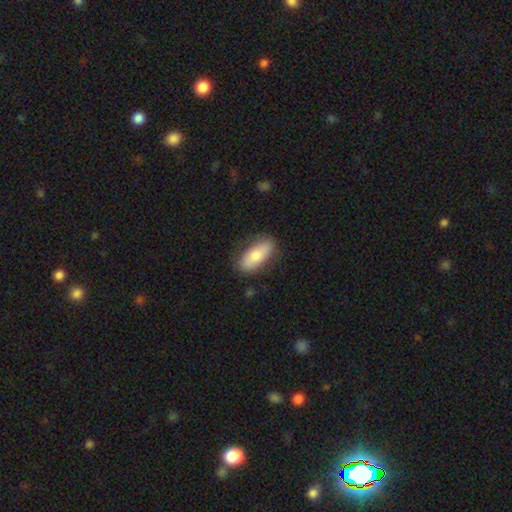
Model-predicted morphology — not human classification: smooth_or_featured: smooth (p=0.71) [alt: featured or disk p=0.23]
how_rounded: in between (p=0.78) [alt: cigar-shaped p=0.19]
merging: none (p=0.82) [alt: minor disturbance p=0.13]